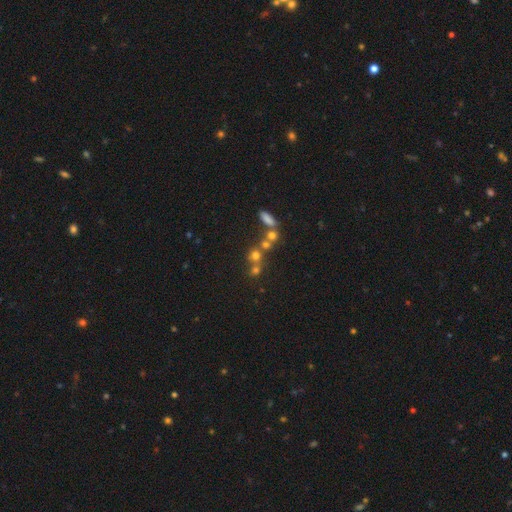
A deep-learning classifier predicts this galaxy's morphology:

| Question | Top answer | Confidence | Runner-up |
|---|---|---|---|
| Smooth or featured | smooth | 56% | star or artifact (23%) |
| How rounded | round | 79% | in between (17%) |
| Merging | merger | 44% | none (43%) |